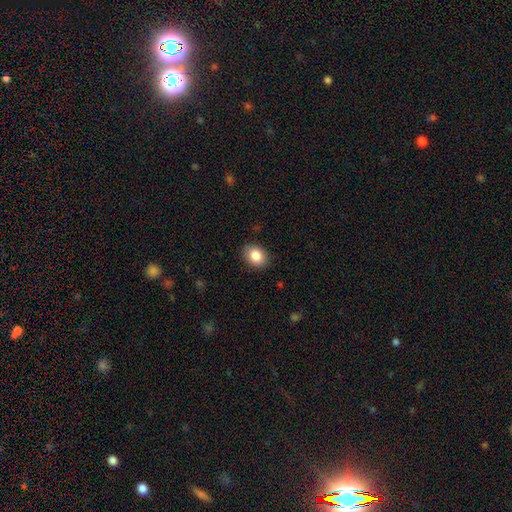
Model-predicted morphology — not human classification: Overall: smooth (85%). How rounded: in between (56%; round 43%). Merging: none (87%).